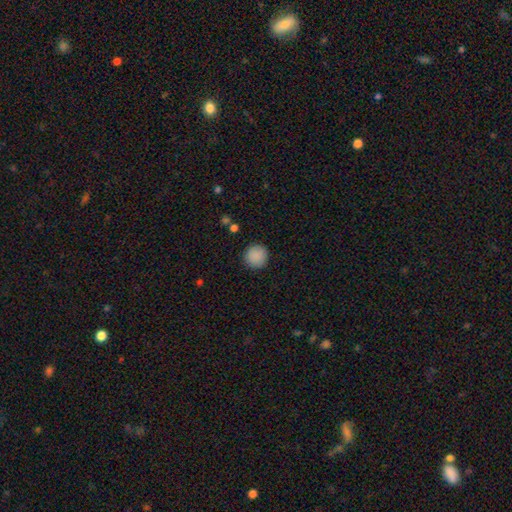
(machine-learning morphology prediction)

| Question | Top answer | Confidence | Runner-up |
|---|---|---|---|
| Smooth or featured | smooth | 89% | star or artifact (8%) |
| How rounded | round | 94% | in between (5%) |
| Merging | none | 90% | minor disturbance (7%) |